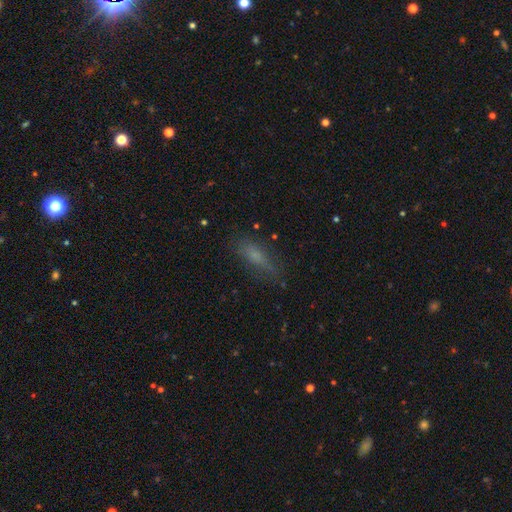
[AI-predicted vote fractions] smooth_or_featured: smooth (p=0.65) [alt: featured or disk p=0.20]
how_rounded: cigar-shaped (p=0.53) [alt: in between p=0.43]
merging: none (p=0.69) [alt: minor disturbance p=0.21]